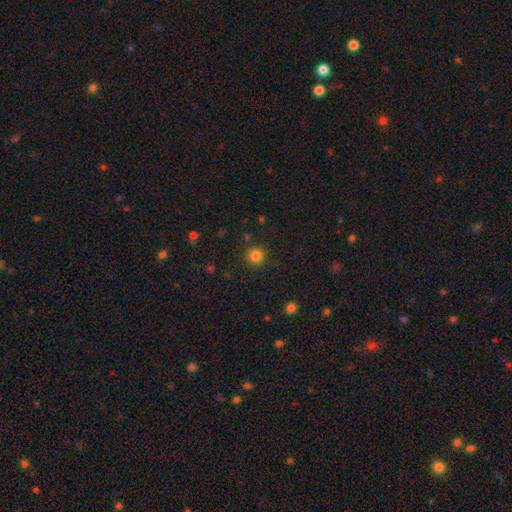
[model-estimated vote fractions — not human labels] smooth-or-featured: smooth: 83% | star or artifact: 13% | featured or disk: 4%
  how-rounded: round: 92% | in between: 7% | cigar-shaped: 1%
  merging: none: 87% | minor disturbance: 8% | major disturbance: 3% | merger: 2%